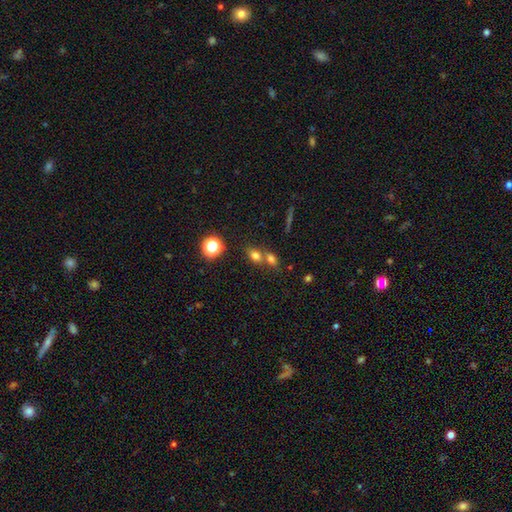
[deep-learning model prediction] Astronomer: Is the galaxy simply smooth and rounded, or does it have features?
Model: smooth — 71%.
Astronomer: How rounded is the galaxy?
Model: in between — 62%.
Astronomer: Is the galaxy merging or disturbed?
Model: merger — 49% (runner-up: none, 40%).